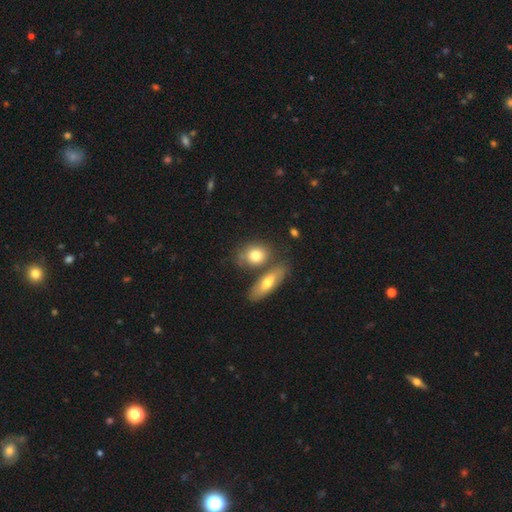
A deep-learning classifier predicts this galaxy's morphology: A smooth galaxy with no disk features (74%) that is in between round and cigar-shaped (56%).

Vote fractions:
- Smooth or featured? smooth: 74% / featured or disk: 19% / star or artifact: 7%
- How rounded? in between: 56% / round: 37% / cigar-shaped: 7%
- Merging? none: 54% / merger: 29% / minor disturbance: 12% / major disturbance: 4%